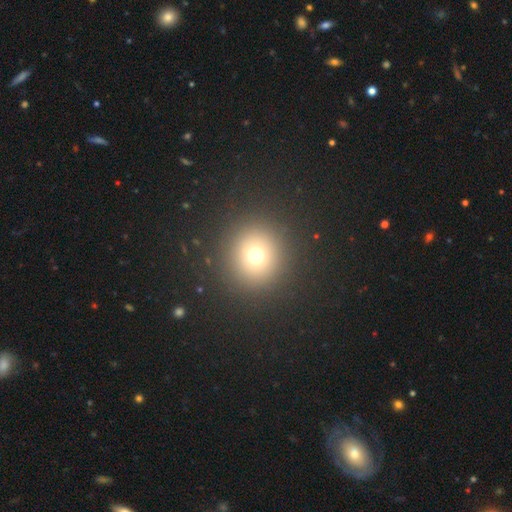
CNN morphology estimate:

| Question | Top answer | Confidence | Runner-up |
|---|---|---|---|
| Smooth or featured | smooth | 68% | star or artifact (21%) |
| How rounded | round | 93% | in between (6%) |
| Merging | none | 89% | minor disturbance (5%) |